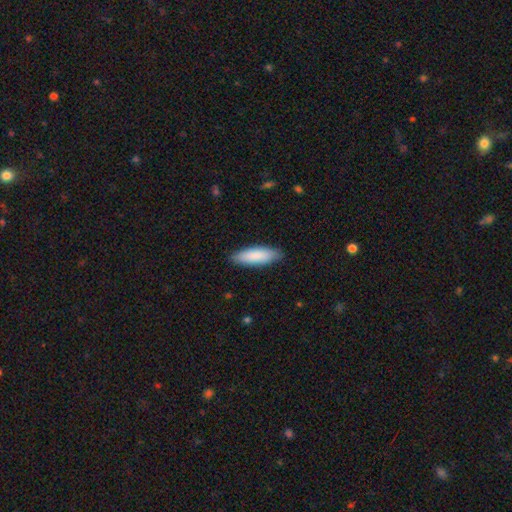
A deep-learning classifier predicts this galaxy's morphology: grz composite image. It shows a smooth galaxy with no disk features (87%) that is in between round and cigar-shaped (52%). Merging: none (87%).